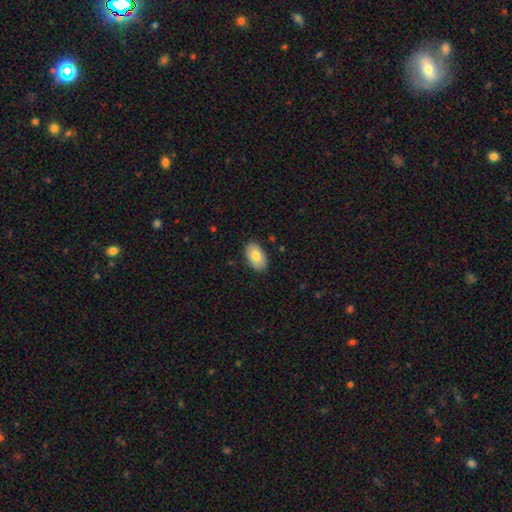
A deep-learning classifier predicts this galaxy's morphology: This is likely a smooth galaxy (79%). How rounded: clearly in between (93%). Merging: clearly none (86%).